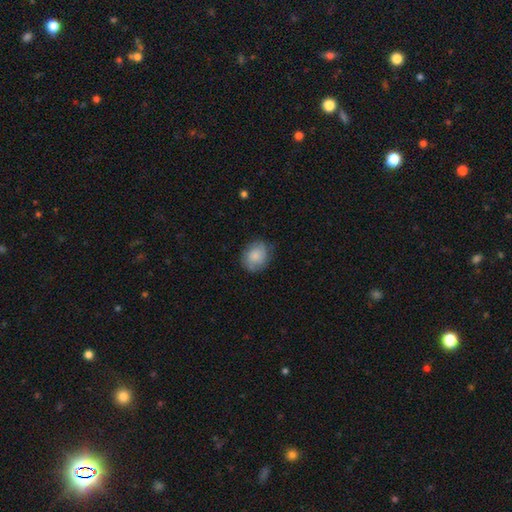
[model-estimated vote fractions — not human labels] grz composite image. It shows a smooth galaxy with no disk features (71%) that is round (64%). Merging: none (74%).